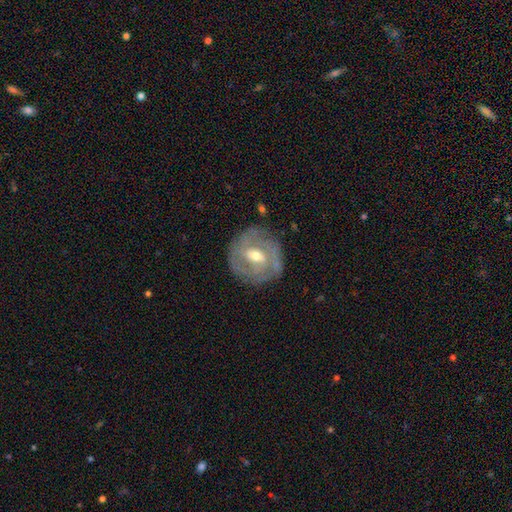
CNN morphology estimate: featured or disk 71%, smooth 23%, star or artifact 6%. Down the decision tree: edge-on disk — no (95%); bar — weak (48%); spiral arms — yes (70%); bulge size — moderate (64%); merging — none (78%).